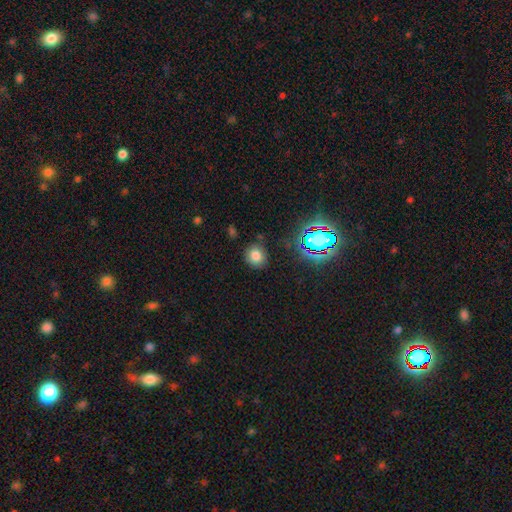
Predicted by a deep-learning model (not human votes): Morphology: type=smooth (75%); roundness=round (78%); merging=none (82%).